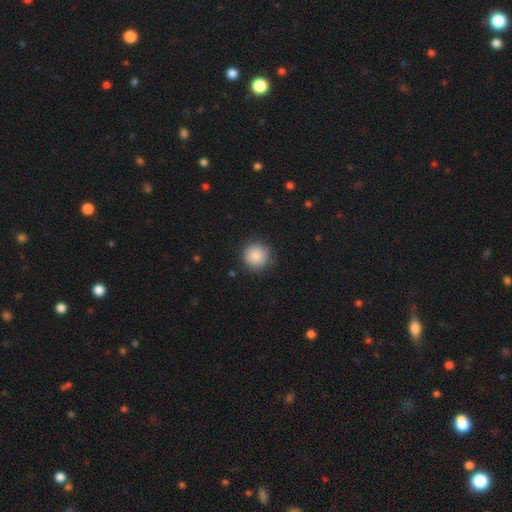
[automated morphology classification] smooth 87%, star or artifact 8%, featured or disk 5%. Down the decision tree: how rounded — round (95%); merging — none (88%).